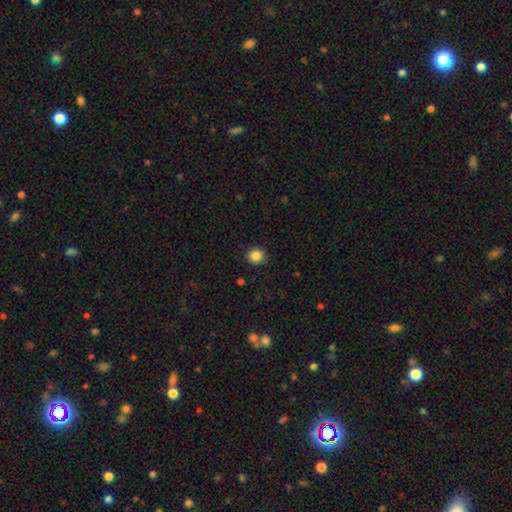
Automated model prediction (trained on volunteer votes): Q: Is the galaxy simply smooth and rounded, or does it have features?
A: smooth — 86%.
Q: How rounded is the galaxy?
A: round — 91%.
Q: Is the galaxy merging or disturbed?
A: none — 91%.